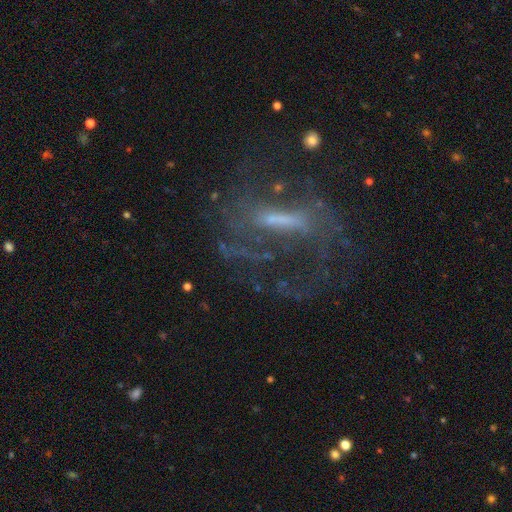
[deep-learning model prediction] Q: Smooth or featured?
A: featured or disk (76%); runner-up: star or artifact (13%)
Q: Edge-on disk?
A: no (85%); runner-up: yes (15%)
Q: Bar?
A: strong (53%); runner-up: weak (33%)
Q: Spiral arms?
A: yes (80%); runner-up: no (20%)
Q: Spiral winding?
A: medium (44%); runner-up: loose (31%)
Q: Spiral arm count?
A: 2 (46%); runner-up: can't tell (32%)
Q: Bulge size?
A: small (33%); runner-up: moderate (30%)
Q: Merging?
A: none (55%); runner-up: major disturbance (25%)